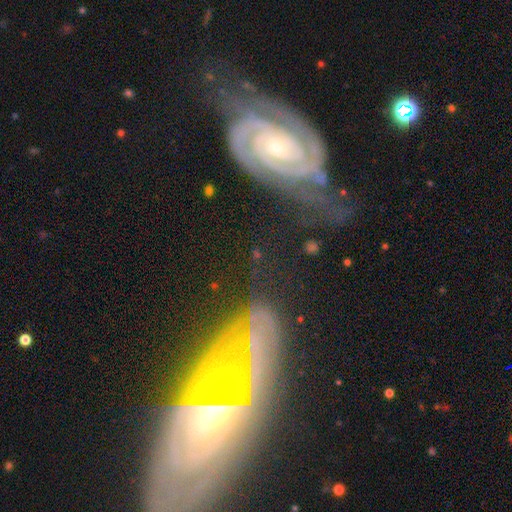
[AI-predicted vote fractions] Smooth or featured?
  - featured or disk: 80% *
  - smooth: 11%
  - star or artifact: 9%
Edge-on disk?
  - no: 91% *
  - yes: 9%
Bar?
  - no: 53% *
  - weak: 29%
  - strong: 18%
Spiral arms?
  - yes: 93% *
  - no: 7%
Spiral winding?
  - tight: 67% *
  - medium: 26%
  - loose: 7%
Spiral arm count?
  - 2: 60% *
  - can't tell: 19%
  - 3: 10%
  - 1: 4%
  - 4: 4%
  - more than 4: 3%
Bulge size?
  - small: 50% *
  - moderate: 40%
  - large: 5%
  - none: 4%
  - dominant: 2%
Merging?
  - none: 43% *
  - merger: 24%
  - minor disturbance: 19%
  - major disturbance: 14%